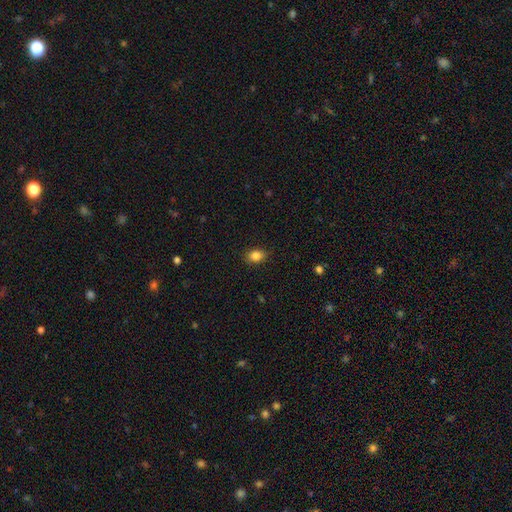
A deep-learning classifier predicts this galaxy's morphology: A smooth galaxy with no disk features (85%) that is in between round and cigar-shaped (66%).

Vote fractions:
- Smooth or featured? smooth: 85% / star or artifact: 10% / featured or disk: 5%
- How rounded? in between: 66% / round: 33% / cigar-shaped: 1%
- Merging? none: 86% / minor disturbance: 10% / major disturbance: 2% / merger: 1%